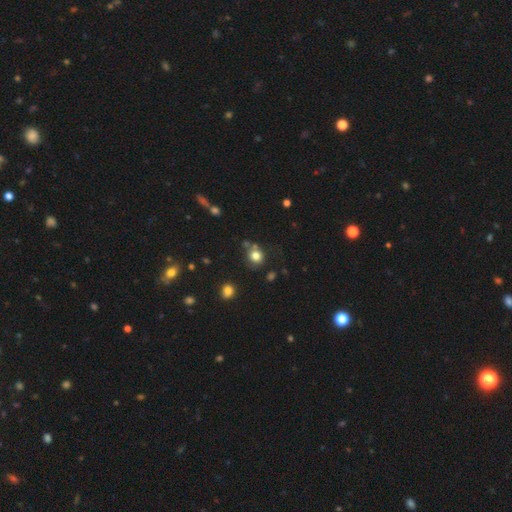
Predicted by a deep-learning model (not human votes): smooth-or-featured: smooth: 79% | star or artifact: 13% | featured or disk: 8%
  how-rounded: round: 80% | in between: 19% | cigar-shaped: 1%
  merging: none: 66% | minor disturbance: 16% | merger: 13% | major disturbance: 5%